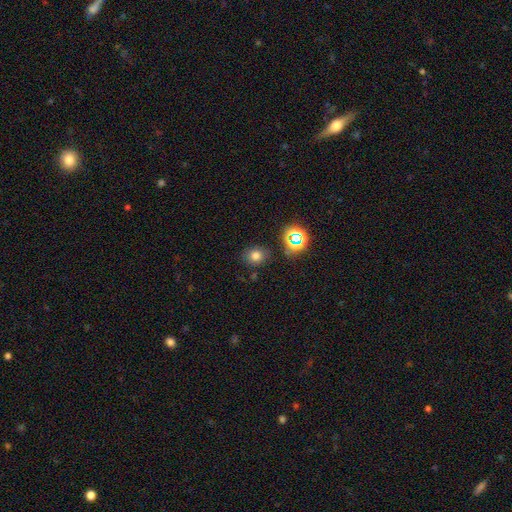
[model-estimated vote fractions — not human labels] Smooth or featured?
  - smooth: 71% *
  - star or artifact: 20%
  - featured or disk: 8%
How rounded?
  - round: 65% *
  - in between: 34%
  - cigar-shaped: 1%
Merging?
  - none: 82% *
  - minor disturbance: 11%
  - merger: 3%
  - major disturbance: 3%